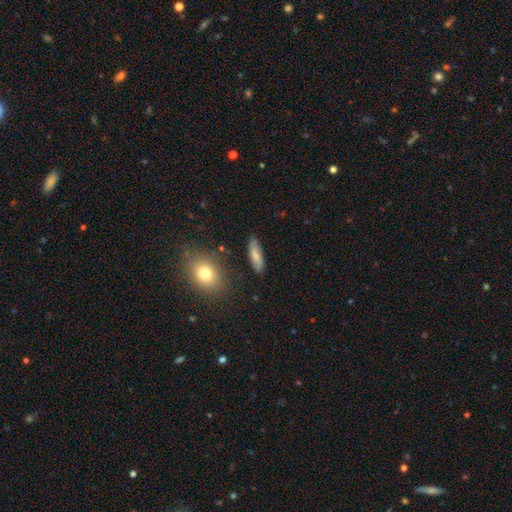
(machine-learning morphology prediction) Smooth or featured: smooth — 72% (featured or disk — 21%)
How rounded: in between — 49% (cigar-shaped — 48%)
Merging: none — 83% (minor disturbance — 12%)